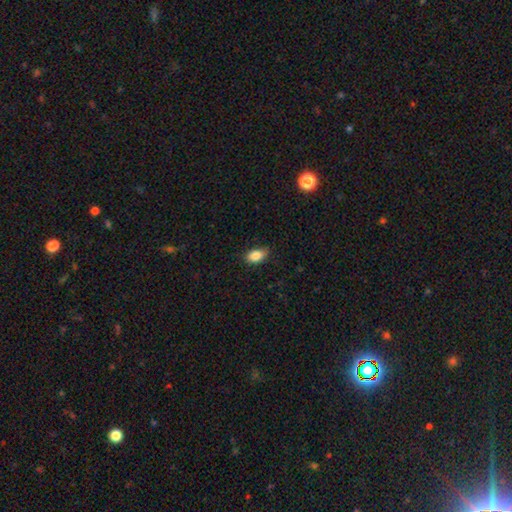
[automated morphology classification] The model was most divided on "merging": none: 81%, minor disturbance: 15%, major disturbance: 3%, merger: 1%. More confident: how rounded — in between (90%); smooth or featured — smooth (87%).